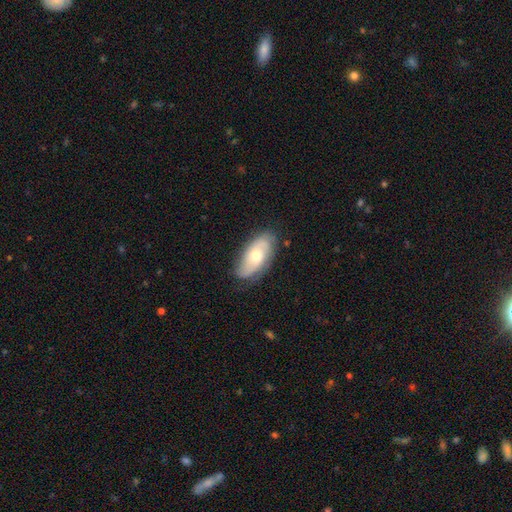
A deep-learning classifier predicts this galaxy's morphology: Smooth or featured? Predicted: featured or disk (p=0.50). Edge-on disk? Predicted: no (p=0.87). Merging? Predicted: none (p=0.75).